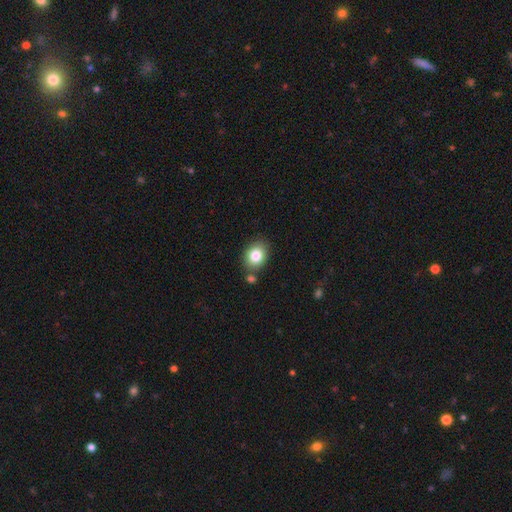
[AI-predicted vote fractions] This appears to be a smooth galaxy with no disk features (83%) that is in between round and cigar-shaped (54%). Merging: none (76%).